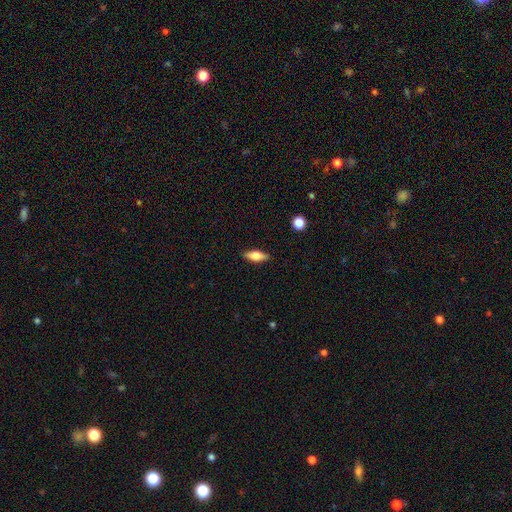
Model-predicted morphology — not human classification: Smooth or featured? Predicted: smooth (p=0.65). How rounded? Predicted: in between (p=0.66). Merging? Predicted: none (p=0.88).